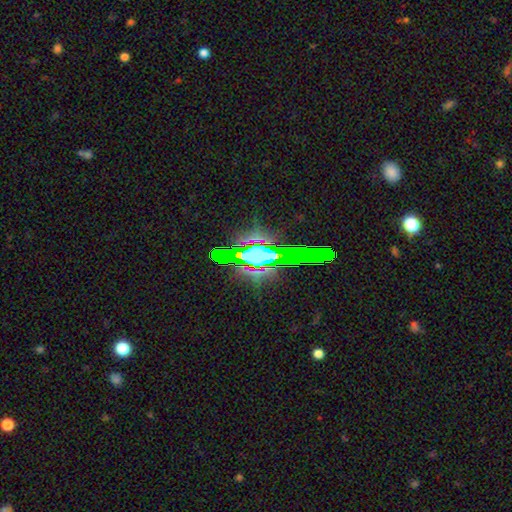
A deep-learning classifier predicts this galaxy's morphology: Smooth or featured? star or artifact (52%)